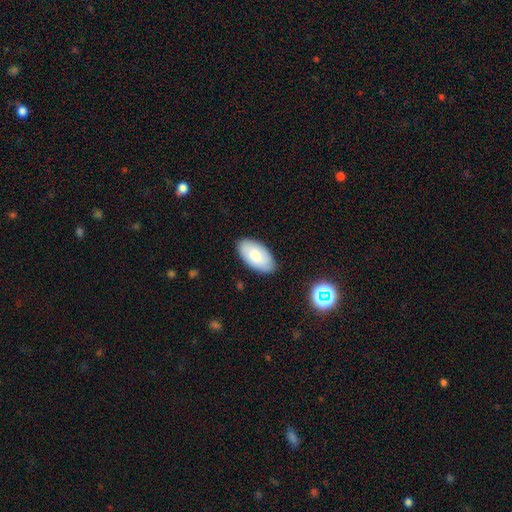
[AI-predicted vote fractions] smooth-or-featured: smooth: 77% | featured or disk: 17% | star or artifact: 6%
  how-rounded: in between: 96% | round: 2% | cigar-shaped: 2%
  merging: none: 86% | minor disturbance: 11% | major disturbance: 2% | merger: 1%